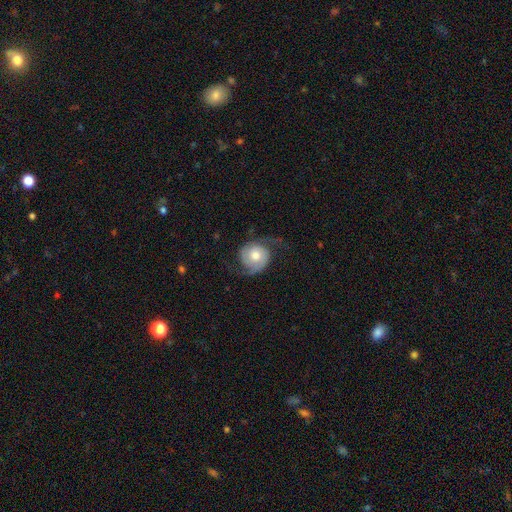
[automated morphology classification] The model was most divided on "spiral winding": medium: 38%, loose: 37%, tight: 25%. More confident: edge-on disk — no (97%); spiral arms — yes (94%); spiral arm count — 2 (83%); bar — no (77%); smooth or featured — featured or disk (70%); bulge size — moderate (61%); merging — none (58%).